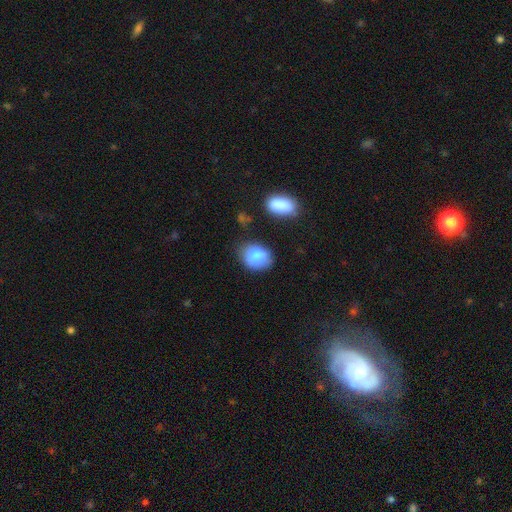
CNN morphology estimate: A smooth galaxy with no disk features (81%) that is in between round and cigar-shaped (58%). Merging: none (73%).